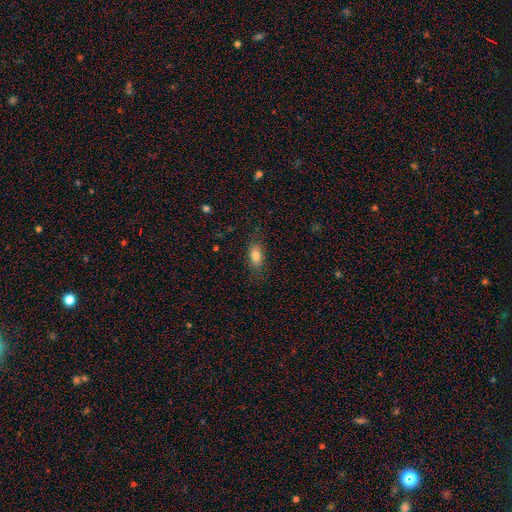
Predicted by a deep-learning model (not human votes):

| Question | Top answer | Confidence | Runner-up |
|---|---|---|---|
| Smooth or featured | smooth | 81% | featured or disk (10%) |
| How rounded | in between | 86% | cigar-shaped (7%) |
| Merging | none | 80% | minor disturbance (15%) |